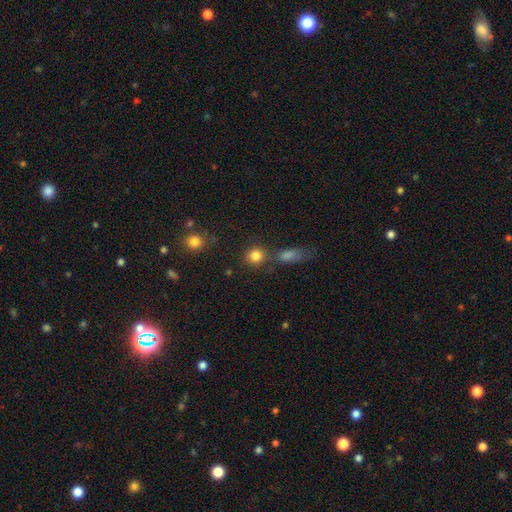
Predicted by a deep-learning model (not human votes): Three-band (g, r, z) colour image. It shows a smooth galaxy with no disk features (83%) that is round (85%). Merging: none (68%).